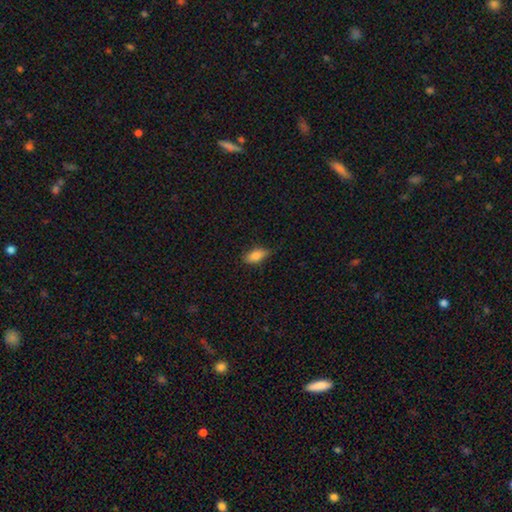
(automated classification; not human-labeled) Overall: smooth (83%). How rounded: in between (85%). Merging: none (78%).